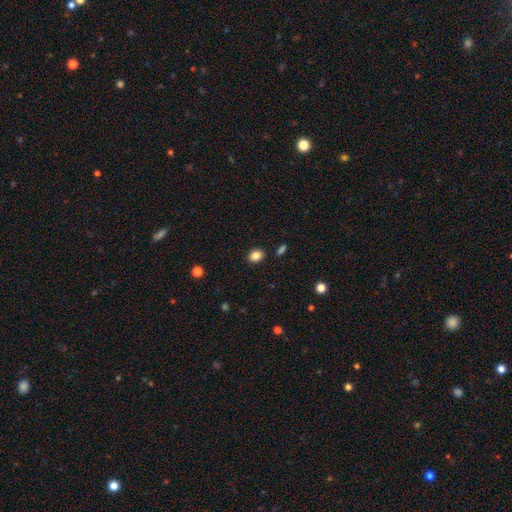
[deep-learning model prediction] Smooth or featured? Predicted: smooth (p=0.85). How rounded? Predicted: in between (p=0.58). Merging? Predicted: none (p=0.88).